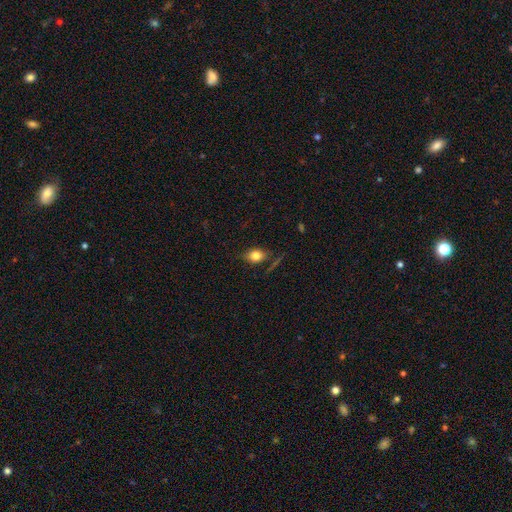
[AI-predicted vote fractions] Smooth or featured?
  - smooth: 76% *
  - featured or disk: 13%
  - star or artifact: 10%
How rounded?
  - in between: 69% *
  - round: 28%
  - cigar-shaped: 3%
Merging?
  - none: 70% *
  - minor disturbance: 19%
  - major disturbance: 7%
  - merger: 4%